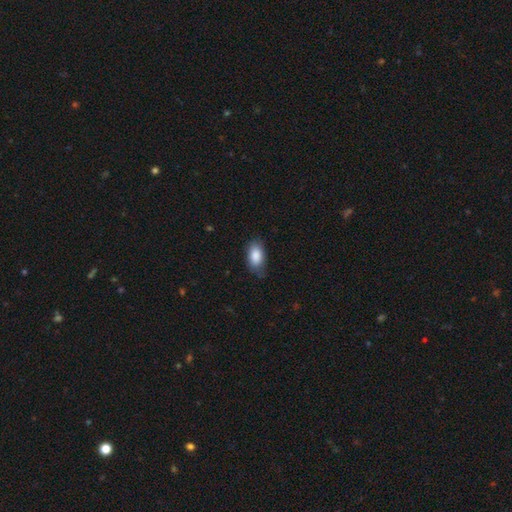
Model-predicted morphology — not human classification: smooth-or-featured: smooth: 87% | featured or disk: 7% | star or artifact: 6%
  how-rounded: in between: 92% | round: 5% | cigar-shaped: 3%
  merging: none: 70% | minor disturbance: 24% | major disturbance: 5% | merger: 1%